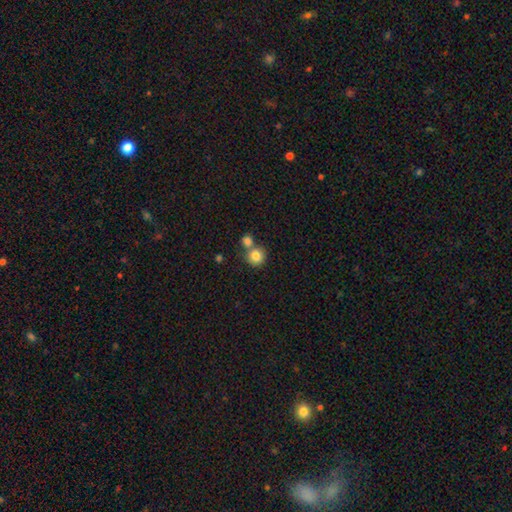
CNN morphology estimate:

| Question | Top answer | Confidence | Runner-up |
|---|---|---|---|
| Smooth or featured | smooth | 83% | star or artifact (10%) |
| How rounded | round | 90% | in between (9%) |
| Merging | none | 54% | merger (36%) |